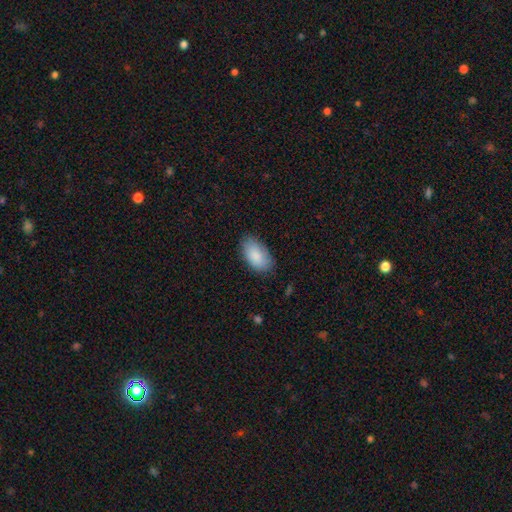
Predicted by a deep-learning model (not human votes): A smooth galaxy with no disk features (87%) that is in between round and cigar-shaped (95%).

Vote fractions:
- Smooth or featured? smooth: 87% / featured or disk: 7% / star or artifact: 6%
- How rounded? in between: 95% / round: 3% / cigar-shaped: 2%
- Merging? none: 81% / minor disturbance: 15% / major disturbance: 3% / merger: 1%